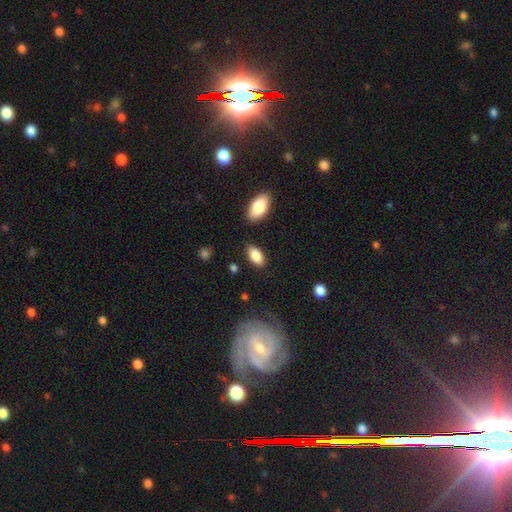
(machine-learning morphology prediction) This appears to be a smooth galaxy with no disk features (86%) that is in between round and cigar-shaped (92%). Merging: none (82%).